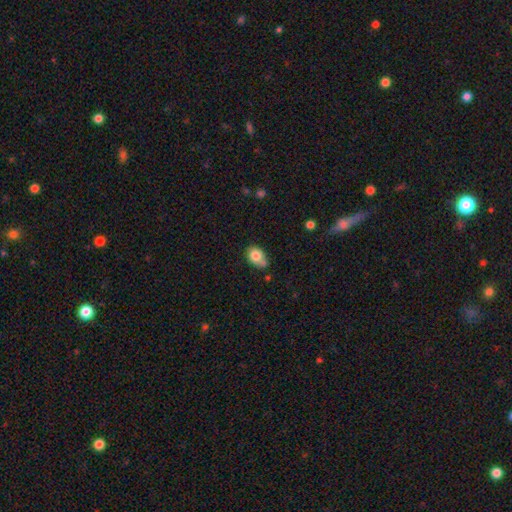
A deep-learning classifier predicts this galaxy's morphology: Q: Smooth or featured?
A: smooth (79%); runner-up: featured or disk (12%)
Q: How rounded?
A: in between (65%); runner-up: round (34%)
Q: Merging?
A: none (45%); runner-up: minor disturbance (31%)